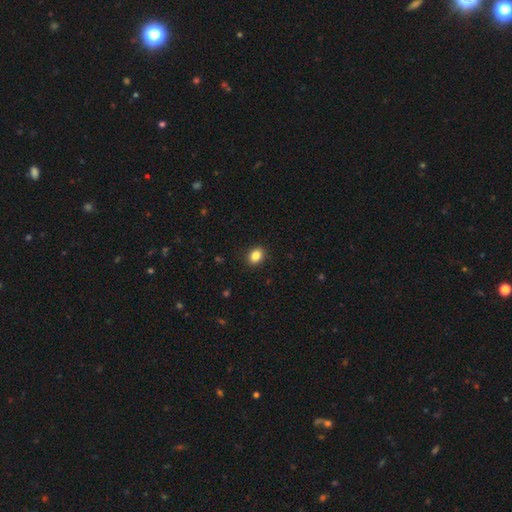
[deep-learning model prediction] Q: Smooth or featured?
A: smooth (86%); runner-up: star or artifact (9%)
Q: How rounded?
A: in between (63%); runner-up: round (36%)
Q: Merging?
A: none (90%); runner-up: minor disturbance (7%)